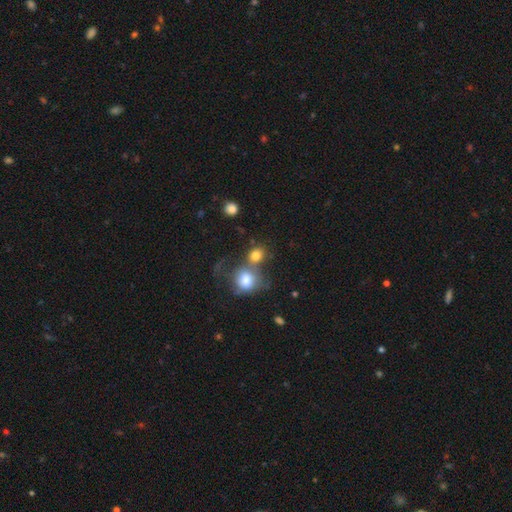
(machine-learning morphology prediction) Smooth or featured?
  - smooth: 79% *
  - star or artifact: 11%
  - featured or disk: 10%
How rounded?
  - round: 65% *
  - in between: 34%
  - cigar-shaped: 1%
Merging?
  - merger: 49% *
  - none: 35%
  - minor disturbance: 9%
  - major disturbance: 7%